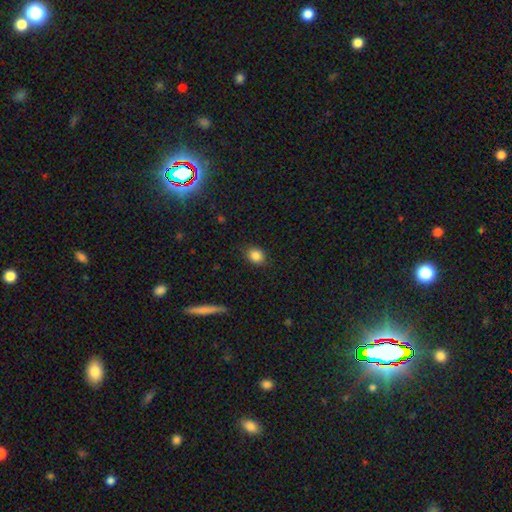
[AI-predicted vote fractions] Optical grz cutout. It shows a smooth galaxy with no disk features (85%) that is round (58%). Merging: none (86%).